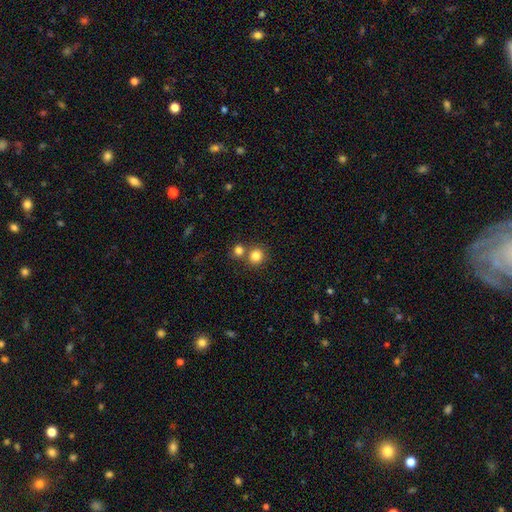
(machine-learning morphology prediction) smooth 82%, star or artifact 12%, featured or disk 6%. Down the decision tree: how rounded — round (89%); merging — none (62%).